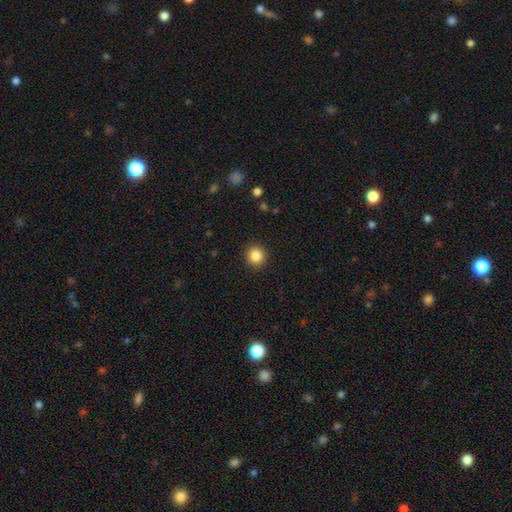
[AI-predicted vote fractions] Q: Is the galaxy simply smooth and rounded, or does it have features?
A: smooth — 86%.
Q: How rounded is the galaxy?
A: round — 92%.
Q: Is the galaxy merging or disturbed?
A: none — 92%.